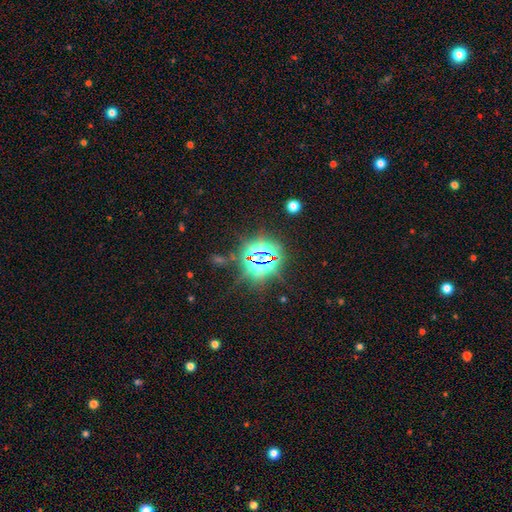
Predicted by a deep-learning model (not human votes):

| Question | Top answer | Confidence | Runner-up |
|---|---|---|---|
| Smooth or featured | star or artifact | 84% | smooth (9%) |